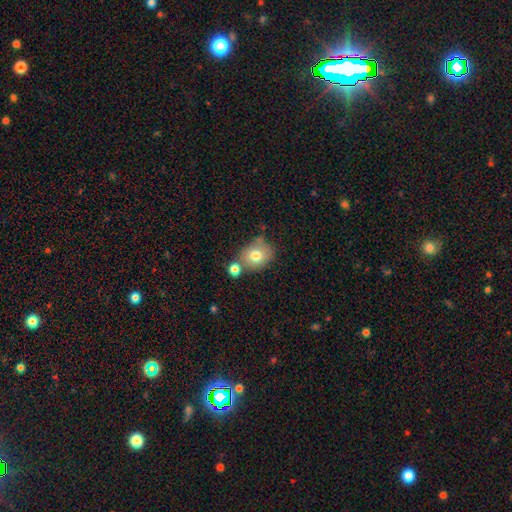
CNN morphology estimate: smooth_or_featured: smooth (p=0.75) [alt: featured or disk p=0.15]
how_rounded: round (p=0.59) [alt: in between p=0.40]
merging: none (p=0.59) [alt: merger p=0.21]